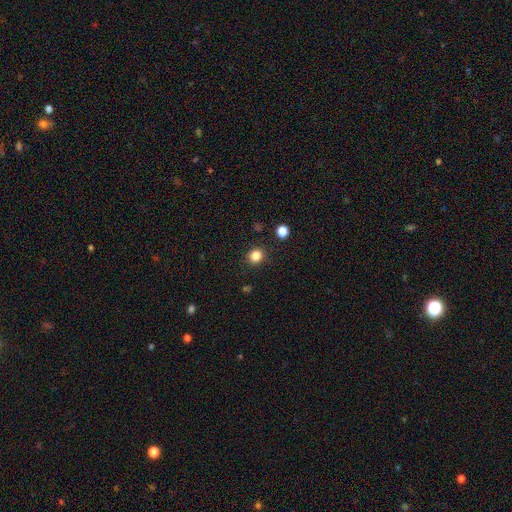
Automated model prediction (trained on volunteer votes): This appears to be a smooth galaxy with no disk features (83%) that is round (83%). Merging: none (89%).